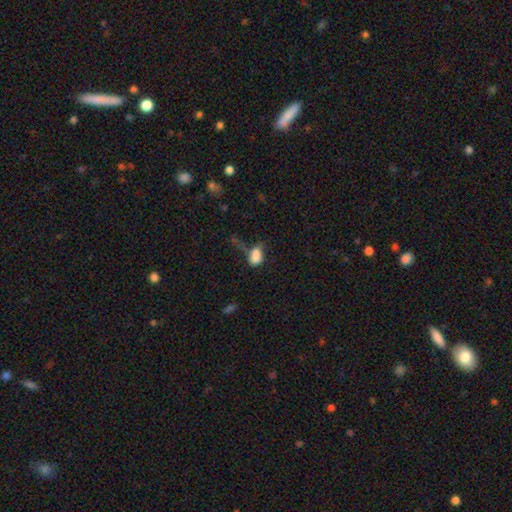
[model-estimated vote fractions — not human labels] Smooth or featured?
  - smooth: 80% *
  - star or artifact: 10%
  - featured or disk: 10%
How rounded?
  - in between: 89% *
  - round: 8%
  - cigar-shaped: 3%
Merging?
  - major disturbance: 37% *
  - none: 27%
  - minor disturbance: 24%
  - merger: 12%